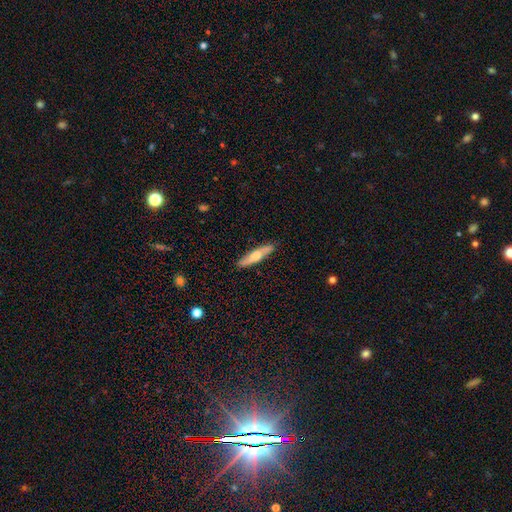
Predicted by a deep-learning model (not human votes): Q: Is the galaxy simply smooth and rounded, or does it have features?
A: smooth — 53%.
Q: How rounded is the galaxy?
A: cigar-shaped — 80%.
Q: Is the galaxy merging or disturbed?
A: none — 86%.